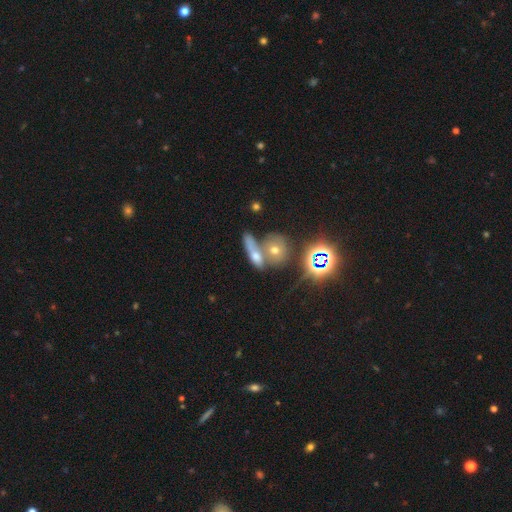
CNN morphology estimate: Smooth or featured: smooth — 55% (featured or disk — 23%)
How rounded: in between — 44% (cigar-shaped — 32%)
Merging: merger — 43% (none — 40%)